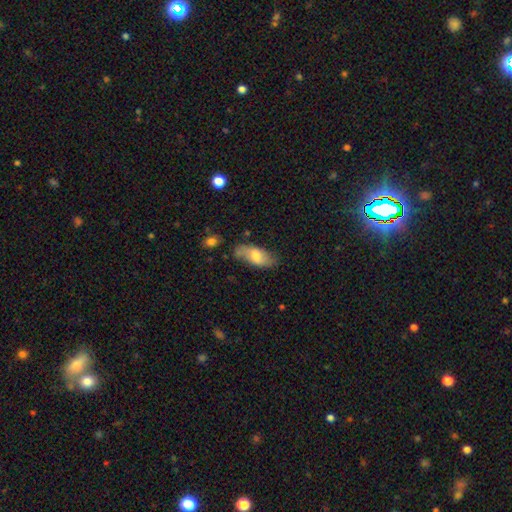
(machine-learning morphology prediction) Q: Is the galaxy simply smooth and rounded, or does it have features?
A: smooth — 63%.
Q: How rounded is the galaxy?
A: in between — 86%.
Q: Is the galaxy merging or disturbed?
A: none — 69%.